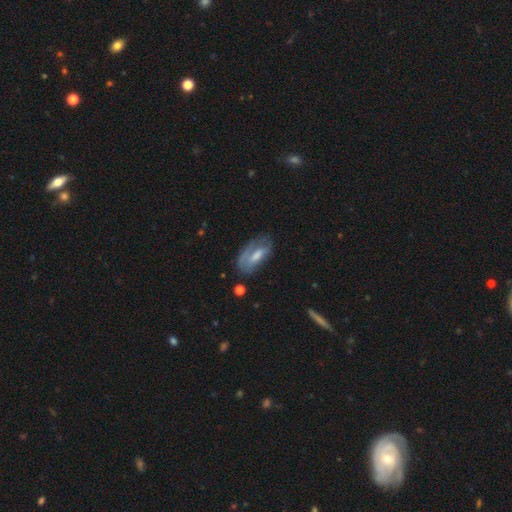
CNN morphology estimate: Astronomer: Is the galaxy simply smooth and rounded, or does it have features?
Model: featured or disk — 47% (runner-up: smooth, 46%).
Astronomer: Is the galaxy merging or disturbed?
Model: none — 47% (runner-up: minor disturbance, 27%).